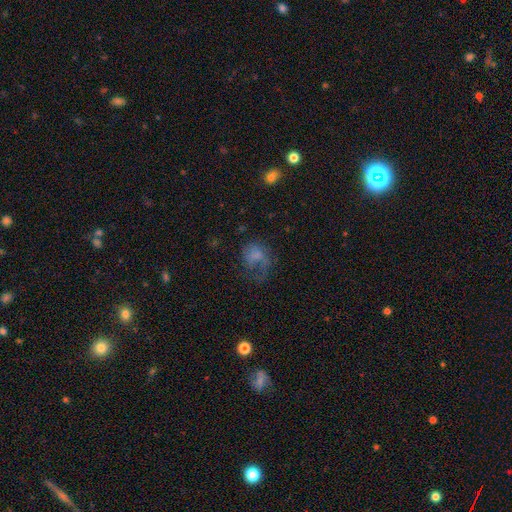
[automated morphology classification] This appears to be a smooth galaxy with no disk features (54%) that is round (52%). Merging: major disturbance (50%).